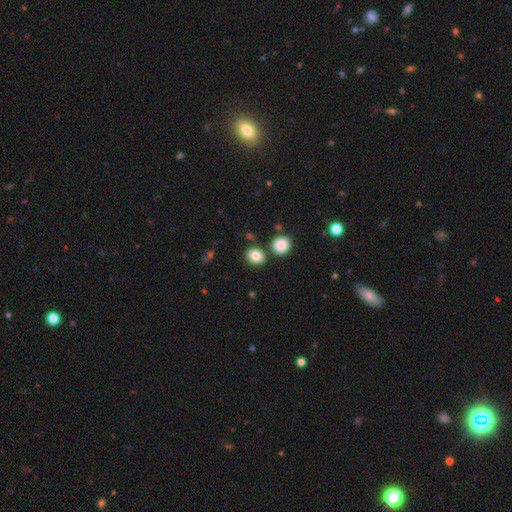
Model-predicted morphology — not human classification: Smooth or featured?
  - smooth: 84% *
  - star or artifact: 10%
  - featured or disk: 6%
How rounded?
  - round: 69% *
  - in between: 30%
  - cigar-shaped: 1%
Merging?
  - none: 78% *
  - merger: 11%
  - minor disturbance: 8%
  - major disturbance: 3%